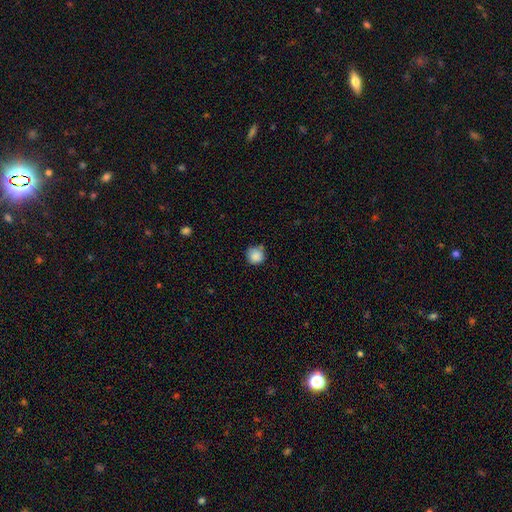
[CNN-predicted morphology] Smooth or featured: smooth — 87% (star or artifact — 9%)
How rounded: round — 93% (in between — 6%)
Merging: none — 71% (minor disturbance — 21%)